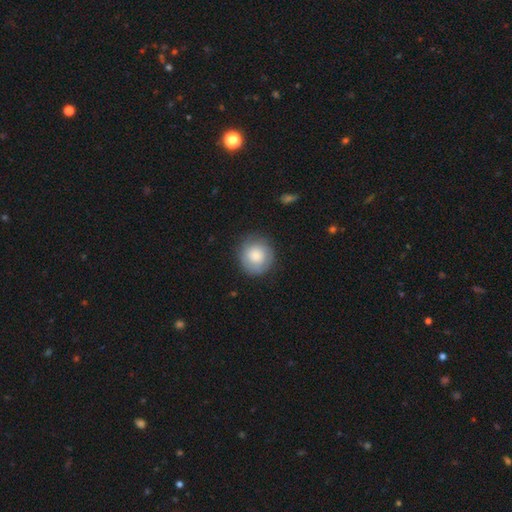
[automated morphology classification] A smooth galaxy with no disk features (70%) that is round (91%). Merging: none (82%).